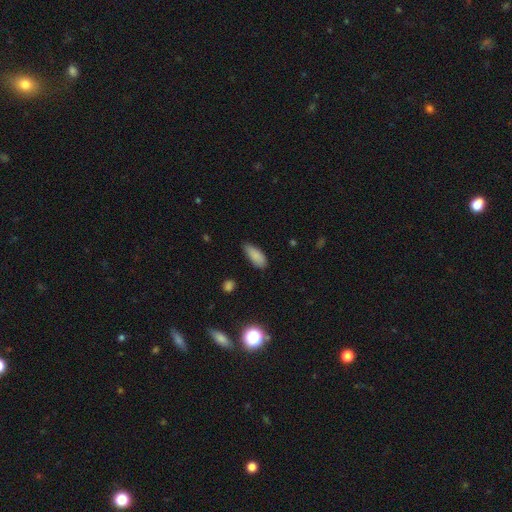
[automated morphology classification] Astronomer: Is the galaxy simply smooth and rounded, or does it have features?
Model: smooth — 87%.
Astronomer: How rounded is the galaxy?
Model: in between — 79%.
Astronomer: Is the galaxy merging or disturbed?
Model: none — 73%.